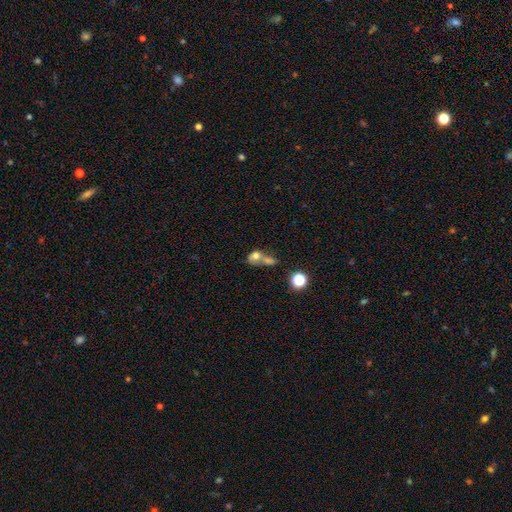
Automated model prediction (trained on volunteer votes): The model was most divided on "how rounded": in between: 55%, round: 42%, cigar-shaped: 3%. More confident: merging — merger (65%); smooth or featured — smooth (64%).